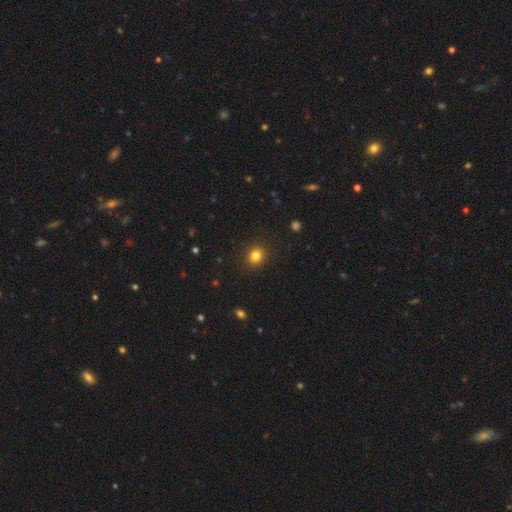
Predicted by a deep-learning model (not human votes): smooth 82%, star or artifact 12%, featured or disk 6%. Down the decision tree: how rounded — round (71%); merging — none (89%).